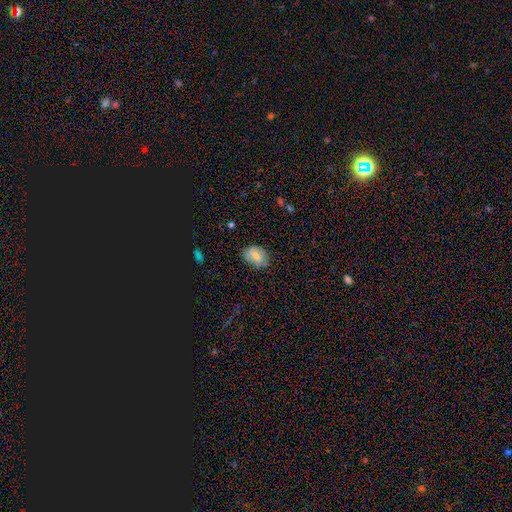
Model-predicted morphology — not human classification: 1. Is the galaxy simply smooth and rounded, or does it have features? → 66% smooth, 25% featured or disk, 9% star or artifact.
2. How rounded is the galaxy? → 77% in between, 22% round, 1% cigar-shaped.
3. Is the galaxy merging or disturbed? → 71% none, 22% minor disturbance, 5% major disturbance, 1% merger.